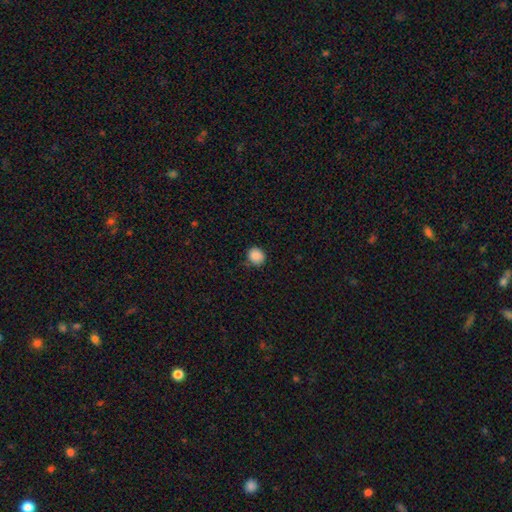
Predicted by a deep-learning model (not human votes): This is clearly a smooth galaxy (88%). How rounded: likely round (78%). Merging: clearly none (82%).